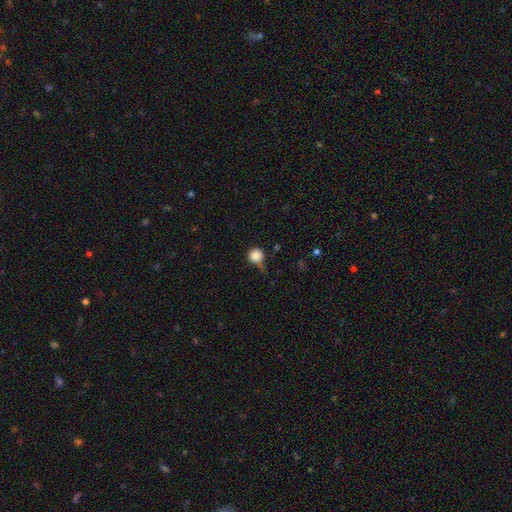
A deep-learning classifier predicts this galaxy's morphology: This is clearly a smooth galaxy (84%). How rounded: clearly round (93%). Merging: possibly none (53%).